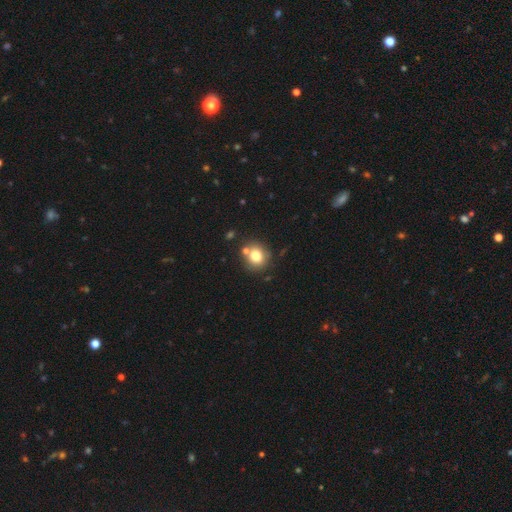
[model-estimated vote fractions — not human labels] This appears to be a smooth galaxy with no disk features (77%) that is round (79%). Merging: none (71%).